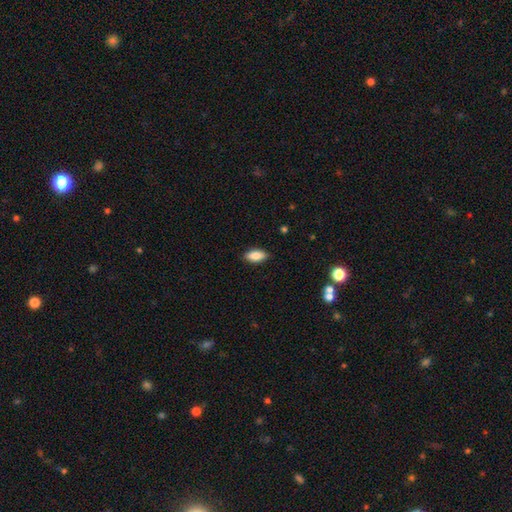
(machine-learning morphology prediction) This is clearly a smooth galaxy (86%). How rounded: clearly in between (88%). Merging: clearly none (87%).